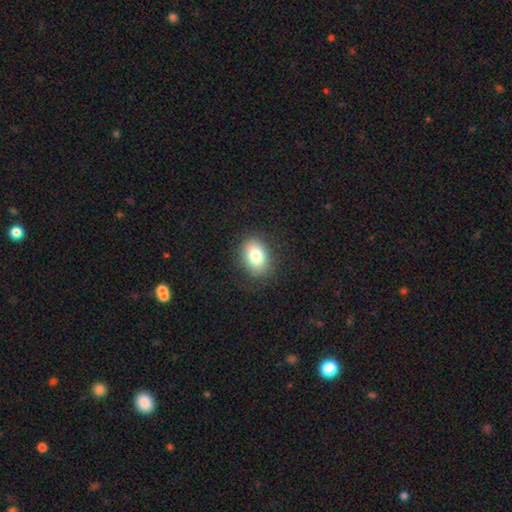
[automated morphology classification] smooth_or_featured: smooth (p=0.79) [alt: featured or disk p=0.11]
how_rounded: in between (p=0.72) [alt: round p=0.27]
merging: none (p=0.83) [alt: minor disturbance p=0.12]